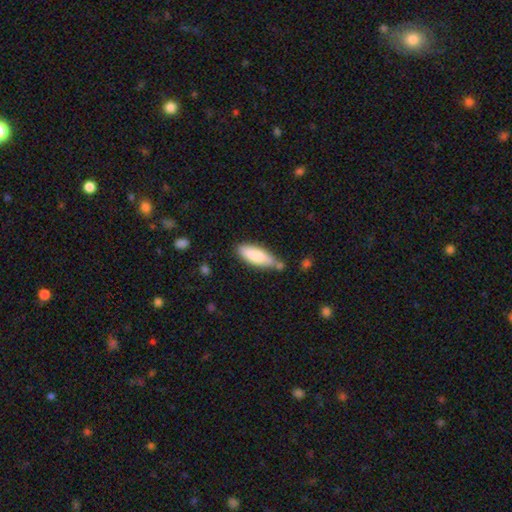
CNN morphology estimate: A smooth galaxy with no disk features (82%) that is in between round and cigar-shaped (59%).

Vote fractions:
- Smooth or featured? smooth: 82% / featured or disk: 13% / star or artifact: 6%
- How rounded? in between: 59% / cigar-shaped: 39% / round: 2%
- Merging? none: 67% / minor disturbance: 20% / merger: 9% / major disturbance: 4%